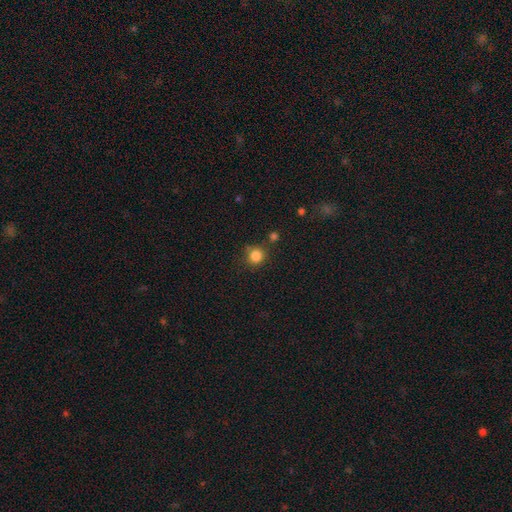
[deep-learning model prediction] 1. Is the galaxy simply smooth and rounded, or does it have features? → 83% smooth, 12% star or artifact, 5% featured or disk.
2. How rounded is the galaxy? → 89% round, 10% in between, 1% cigar-shaped.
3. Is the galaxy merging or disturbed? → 77% none, 12% minor disturbance, 7% merger, 4% major disturbance.